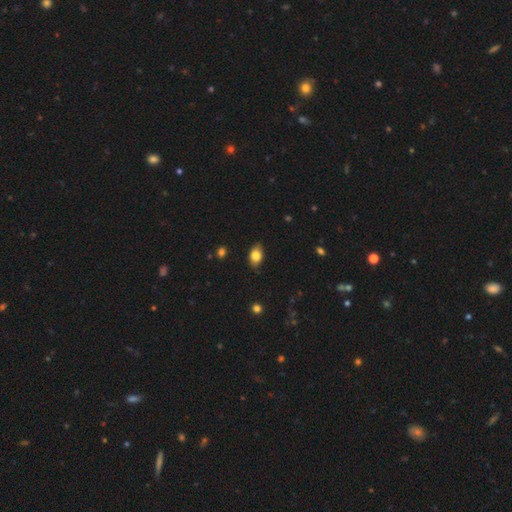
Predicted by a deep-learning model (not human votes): Smooth or featured?
  - smooth: 82% *
  - featured or disk: 10%
  - star or artifact: 8%
How rounded?
  - in between: 86% *
  - round: 12%
  - cigar-shaped: 2%
Merging?
  - none: 79% *
  - minor disturbance: 18%
  - major disturbance: 3%
  - merger: 1%